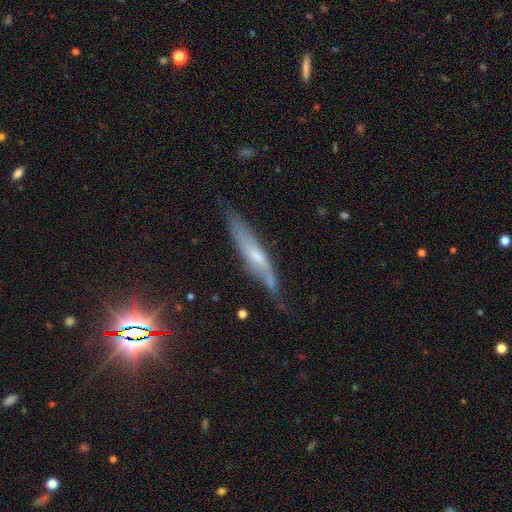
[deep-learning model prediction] smooth_or_featured: featured or disk (p=0.58) [alt: smooth p=0.31]
disk_edge_on: yes (p=0.71) [alt: no p=0.29]
merging: none (p=0.59) [alt: minor disturbance p=0.29]